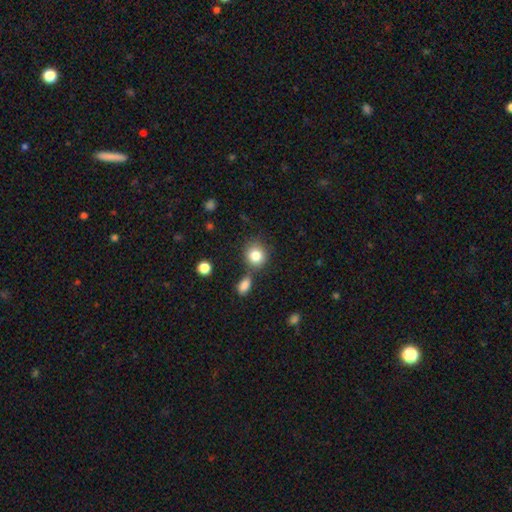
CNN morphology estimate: The model was most divided on "merging": none: 71%, merger: 14%, minor disturbance: 11%, major disturbance: 4%. More confident: how rounded — round (83%); smooth or featured — smooth (83%).